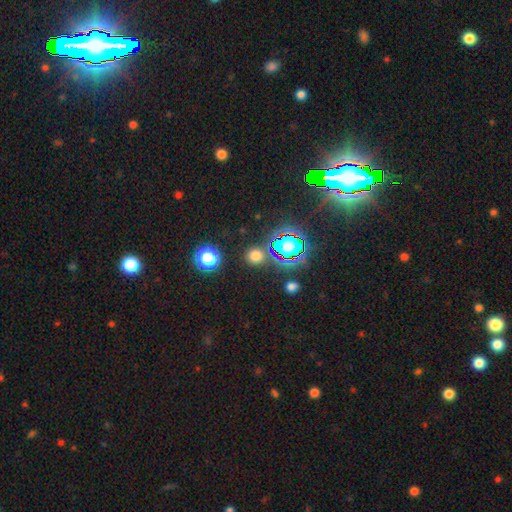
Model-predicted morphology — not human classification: Smooth or featured? smooth (65%)
How rounded? round (88%)
Merging? none (84%)